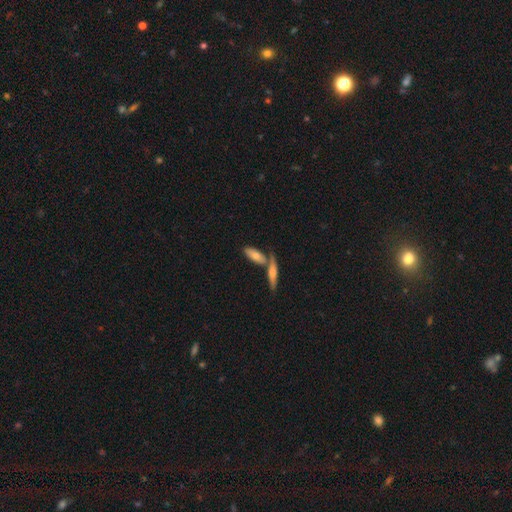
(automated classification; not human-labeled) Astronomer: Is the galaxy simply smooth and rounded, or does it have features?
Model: smooth — 58% (runner-up: featured or disk, 35%).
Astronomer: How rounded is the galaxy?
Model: in between — 63%.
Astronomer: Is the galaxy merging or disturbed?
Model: none — 52% (runner-up: merger, 35%).